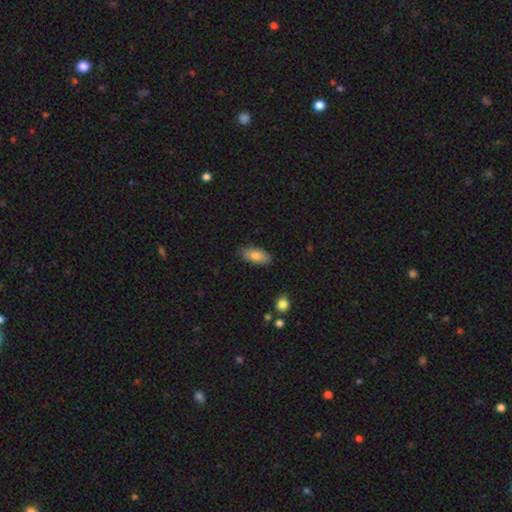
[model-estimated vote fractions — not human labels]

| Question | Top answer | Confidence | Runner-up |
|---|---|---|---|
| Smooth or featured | smooth | 79% | featured or disk (15%) |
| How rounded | in between | 90% | cigar-shaped (7%) |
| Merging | none | 81% | minor disturbance (15%) |